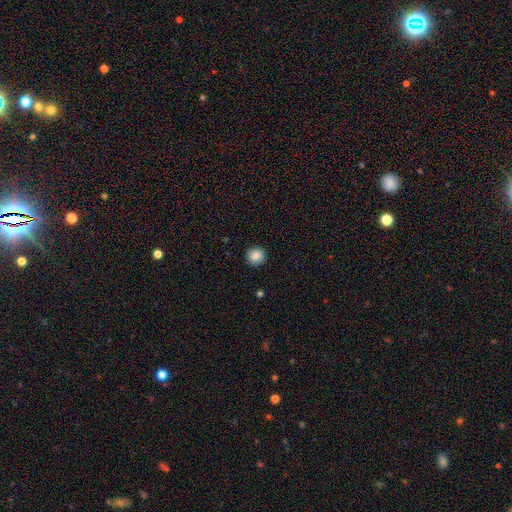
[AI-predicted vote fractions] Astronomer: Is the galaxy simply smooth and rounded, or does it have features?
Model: smooth — 88%.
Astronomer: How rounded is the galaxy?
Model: round — 93%.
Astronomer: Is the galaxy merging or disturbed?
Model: none — 91%.